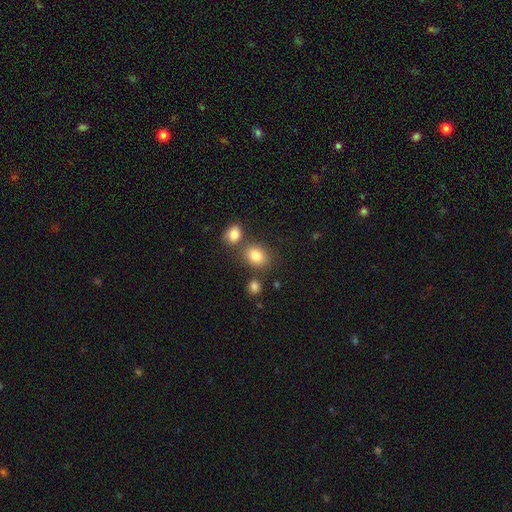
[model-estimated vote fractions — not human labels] Smooth or featured? smooth (83%)
How rounded? in between (51%)
Merging? none (66%)